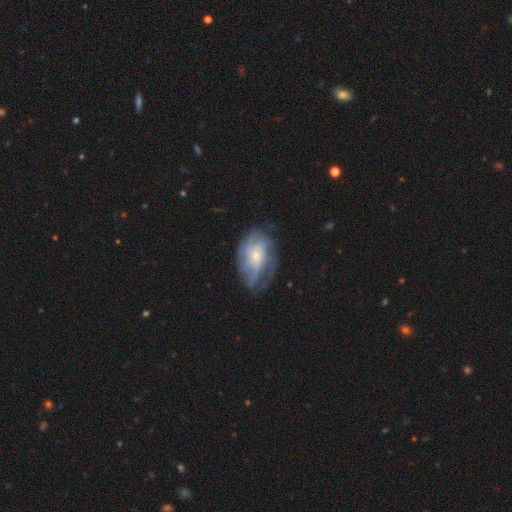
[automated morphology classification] Q: Smooth or featured?
A: featured or disk (68%); runner-up: smooth (25%)
Q: Edge-on disk?
A: no (95%); runner-up: yes (5%)
Q: Bar?
A: no (74%); runner-up: weak (22%)
Q: Spiral arms?
A: yes (84%); runner-up: no (16%)
Q: Spiral winding?
A: tight (44%); runner-up: medium (36%)
Q: Spiral arm count?
A: can't tell (46%); runner-up: 3 (16%)
Q: Bulge size?
A: small (52%); runner-up: moderate (37%)
Q: Merging?
A: none (58%); runner-up: minor disturbance (25%)